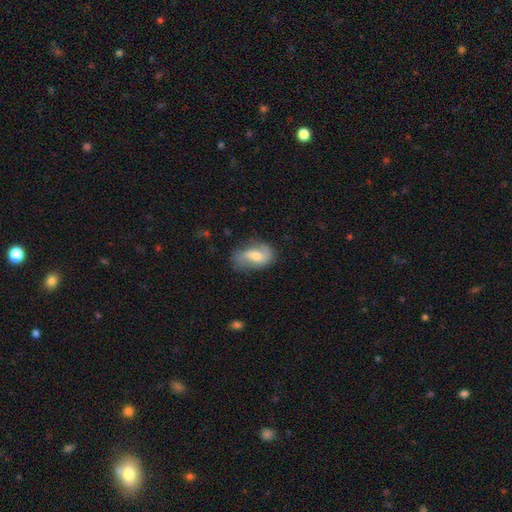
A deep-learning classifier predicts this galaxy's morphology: A featured or disk galaxy (52%). Merging: none (62%).